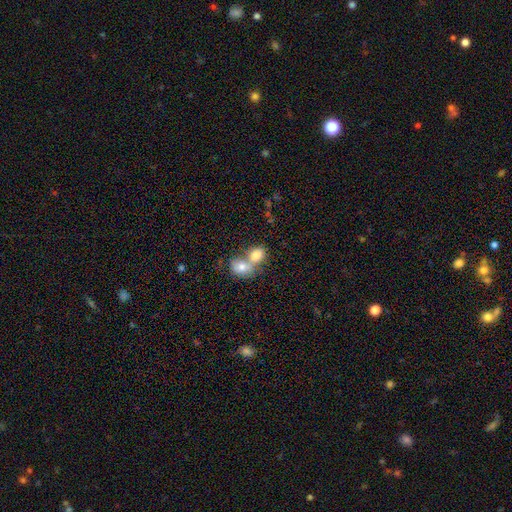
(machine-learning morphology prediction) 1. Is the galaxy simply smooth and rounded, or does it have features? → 78% smooth, 13% featured or disk, 8% star or artifact.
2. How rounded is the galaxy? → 64% in between, 34% round, 1% cigar-shaped.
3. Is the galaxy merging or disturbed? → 71% merger, 21% none, 6% minor disturbance, 3% major disturbance.